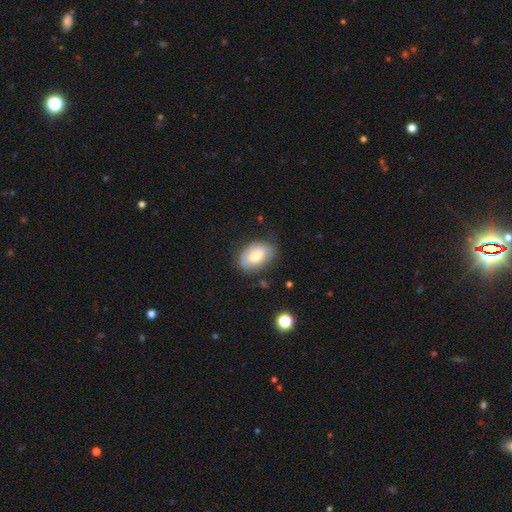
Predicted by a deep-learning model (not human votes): Smooth or featured: smooth — 69% (featured or disk — 24%)
How rounded: in between — 87% (round — 12%)
Merging: none — 75% (minor disturbance — 19%)